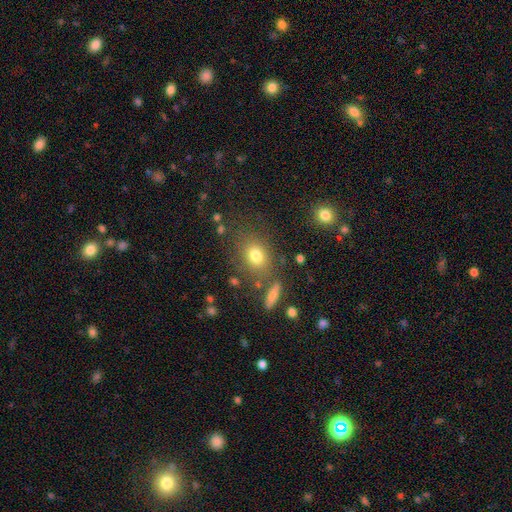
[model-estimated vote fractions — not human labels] Smooth or featured: smooth — 76% (star or artifact — 13%)
How rounded: in between — 54% (round — 44%)
Merging: none — 73% (minor disturbance — 14%)